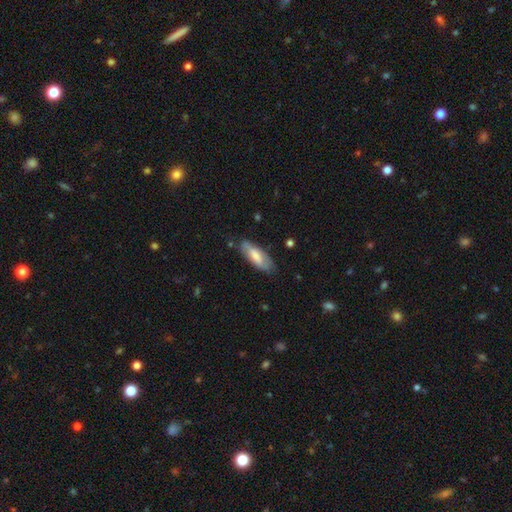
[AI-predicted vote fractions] This is likely a smooth galaxy (60%). How rounded: likely in between (69%). Merging: likely none (75%).